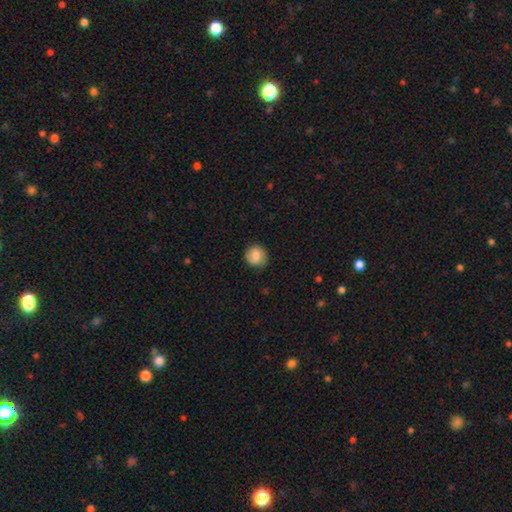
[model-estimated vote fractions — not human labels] This appears to be a smooth galaxy with no disk features (80%) that is round (87%). Merging: none (81%).